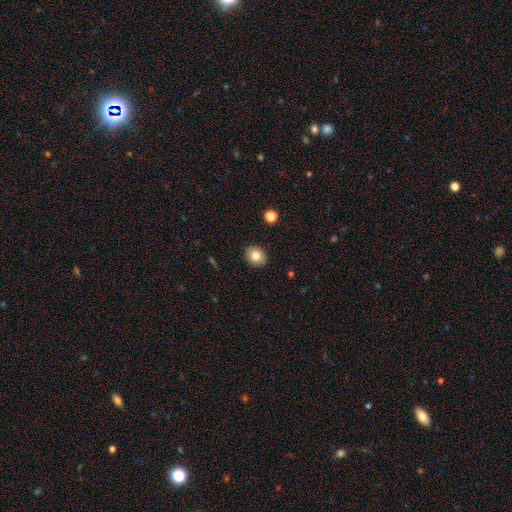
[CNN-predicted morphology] The model was most divided on "how rounded": round: 67%, in between: 32%, cigar-shaped: 1%. More confident: merging — none (91%); smooth or featured — smooth (81%).